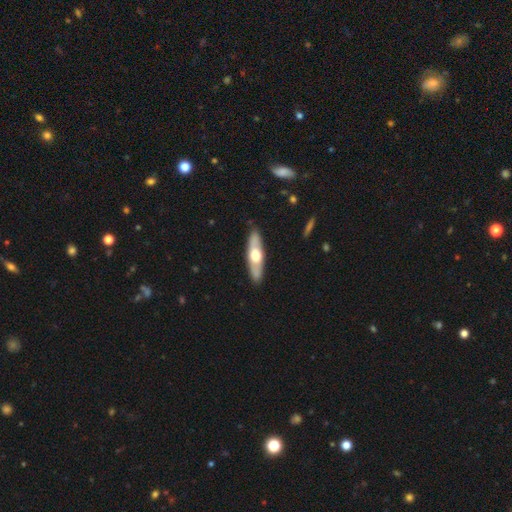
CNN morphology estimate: Smooth or featured? featured or disk (51%)
Edge-on disk? yes (68%)
Merging? none (88%)